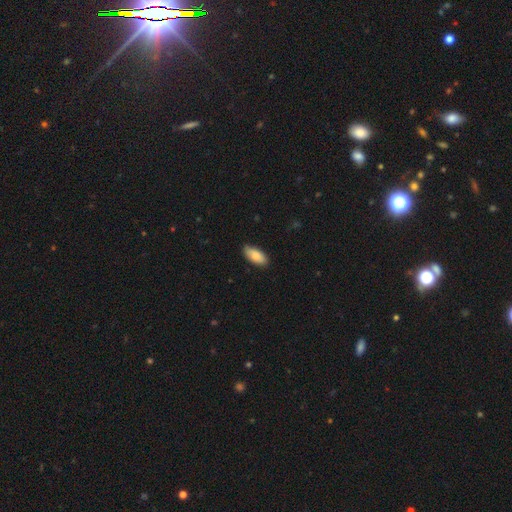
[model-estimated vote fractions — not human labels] This appears to be a smooth galaxy with no disk features (81%) that is in between round and cigar-shaped (89%). Merging: none (86%).